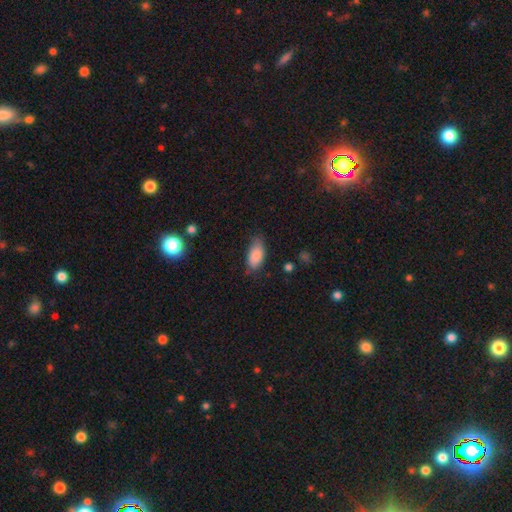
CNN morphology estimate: Smooth or featured?
  - smooth: 85% *
  - featured or disk: 8%
  - star or artifact: 7%
How rounded?
  - in between: 92% *
  - cigar-shaped: 5%
  - round: 3%
Merging?
  - none: 65% *
  - minor disturbance: 28%
  - major disturbance: 5%
  - merger: 2%